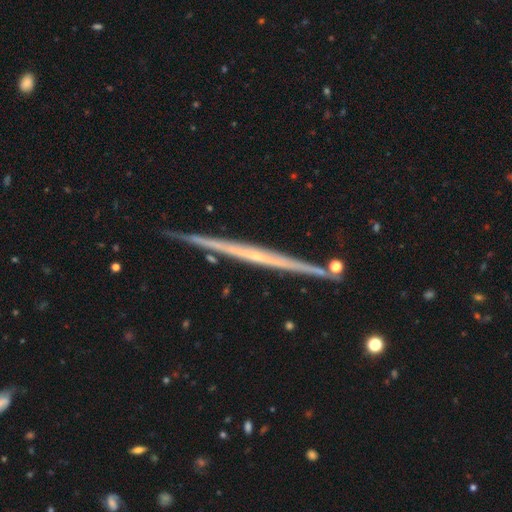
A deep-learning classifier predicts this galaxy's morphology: Q: Smooth or featured?
A: featured or disk (76%); runner-up: smooth (18%)
Q: Edge-on disk?
A: yes (98%); runner-up: no (2%)
Q: Edge-on bulge?
A: none (81%); runner-up: rounded (15%)
Q: Merging?
A: none (87%); runner-up: minor disturbance (8%)